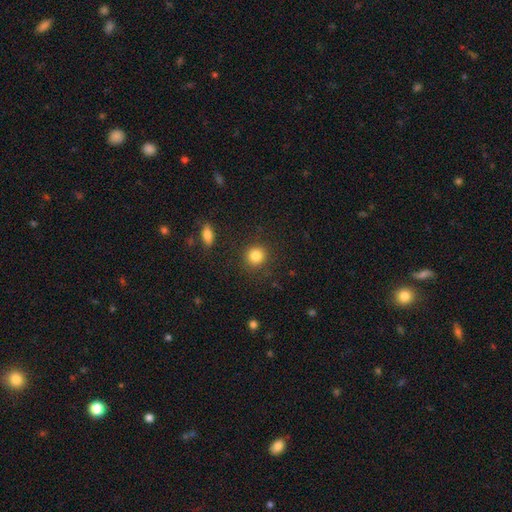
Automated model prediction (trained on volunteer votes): Smooth or featured? smooth (85%)
How rounded? round (89%)
Merging? none (88%)